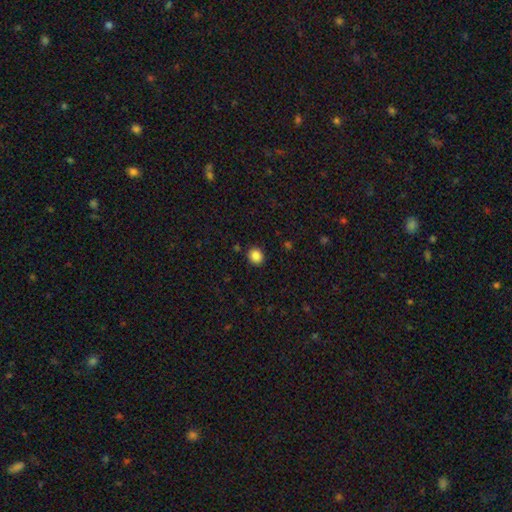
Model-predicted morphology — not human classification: This is clearly a smooth galaxy (86%). How rounded: likely round (73%). Merging: clearly none (89%).